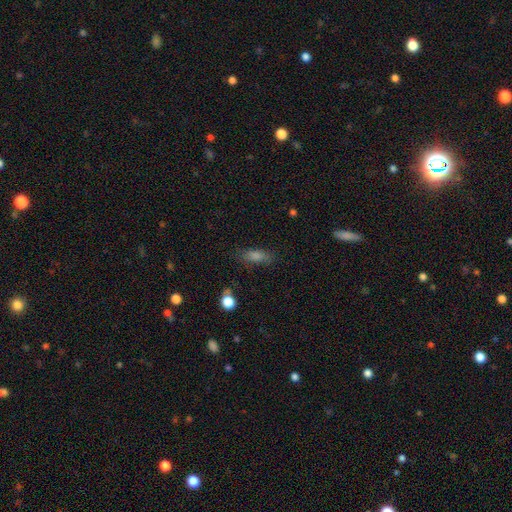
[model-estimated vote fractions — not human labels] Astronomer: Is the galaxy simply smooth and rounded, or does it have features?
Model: smooth — 68%.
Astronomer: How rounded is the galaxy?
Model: in between — 61%.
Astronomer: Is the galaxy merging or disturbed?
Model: none — 78%.